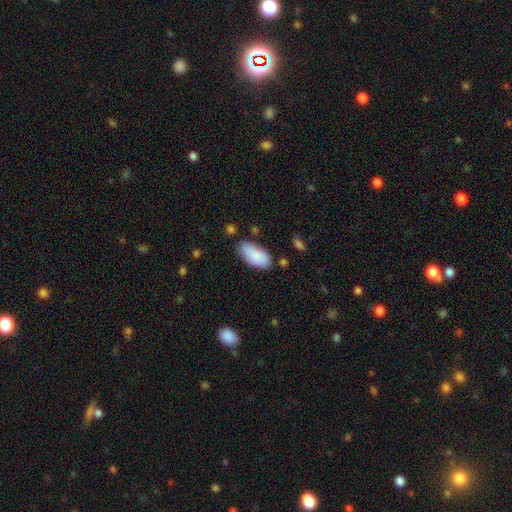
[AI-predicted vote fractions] The model was most divided on "merging": none: 71%, minor disturbance: 21%, major disturbance: 4%, merger: 4%. More confident: how rounded — in between (91%); smooth or featured — smooth (87%).